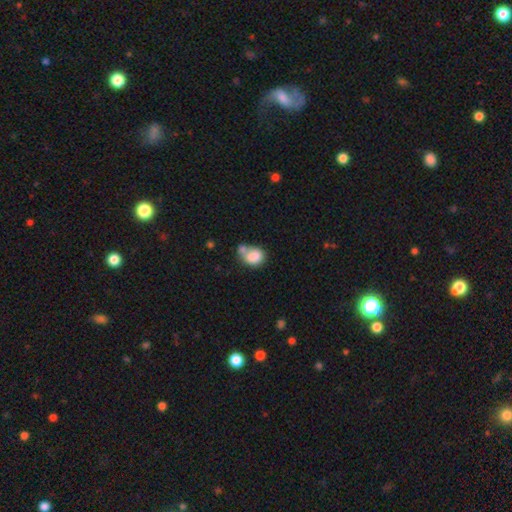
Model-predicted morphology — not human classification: Smooth or featured?
  - smooth: 82% *
  - featured or disk: 9%
  - star or artifact: 9%
How rounded?
  - in between: 50% *
  - round: 49%
  - cigar-shaped: 1%
Merging?
  - merger: 46% *
  - none: 33%
  - minor disturbance: 15%
  - major disturbance: 6%